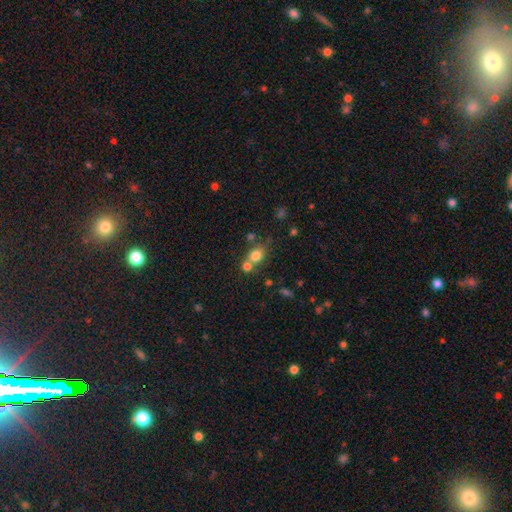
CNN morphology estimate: Overall: smooth (76%). How rounded: round (61%; in between 38%). Merging: none (46%; merger 40%).